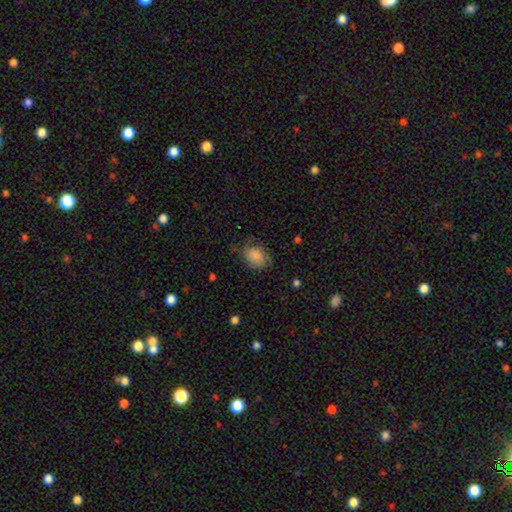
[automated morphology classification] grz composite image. It shows a smooth galaxy with no disk features (80%) that is in between round and cigar-shaped (63%). Merging: none (55%).